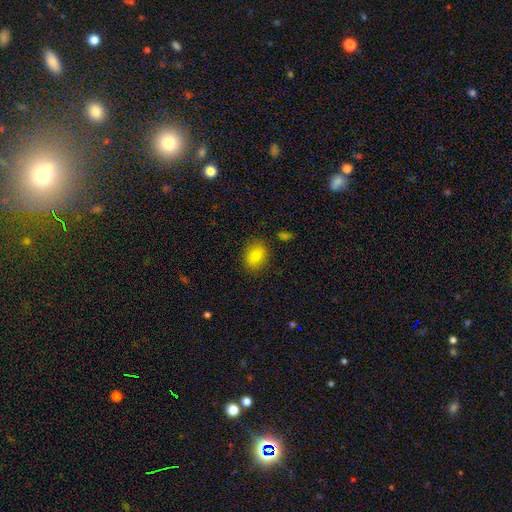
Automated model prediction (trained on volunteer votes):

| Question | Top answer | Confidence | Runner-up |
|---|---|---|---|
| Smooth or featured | smooth | 83% | star or artifact (9%) |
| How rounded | in between | 64% | round (35%) |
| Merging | none | 85% | minor disturbance (10%) |